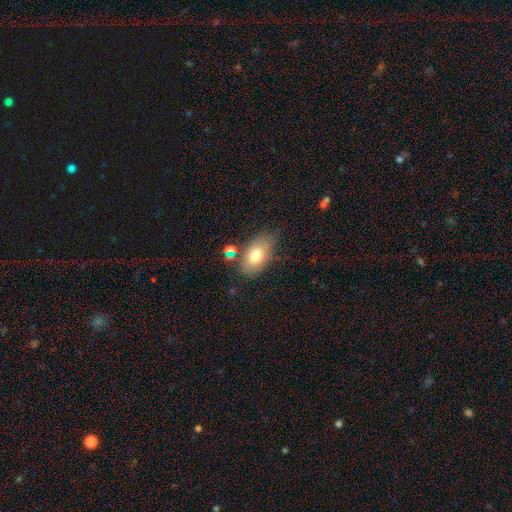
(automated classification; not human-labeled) A smooth galaxy with no disk features (74%) that is in between round and cigar-shaped (90%).

Vote fractions:
- Smooth or featured? smooth: 74% / featured or disk: 17% / star or artifact: 8%
- How rounded? in between: 90% / round: 8% / cigar-shaped: 2%
- Merging? none: 67% / minor disturbance: 20% / merger: 7% / major disturbance: 6%